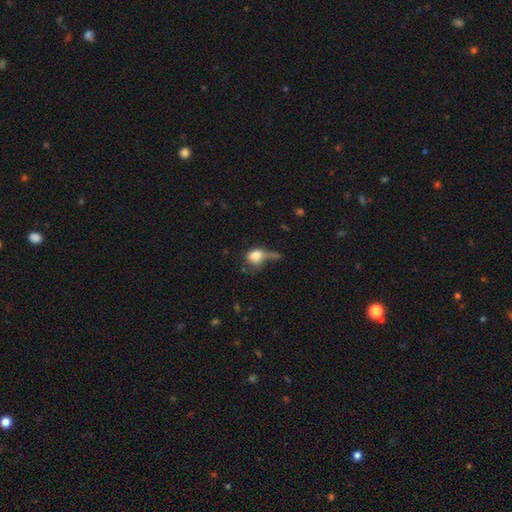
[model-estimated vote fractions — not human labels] Morphology: type=smooth (76%); roundness=round (57%); merging=major disturbance (31%).